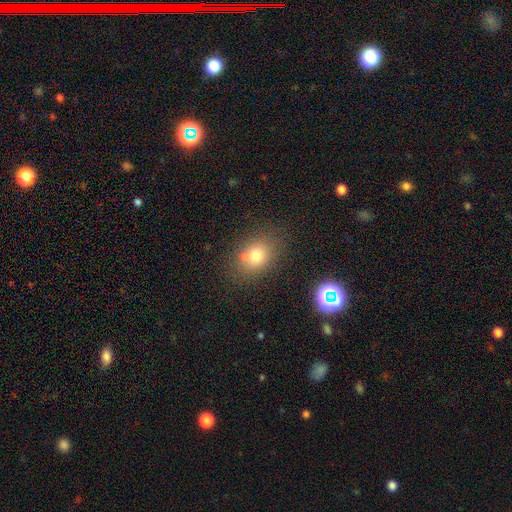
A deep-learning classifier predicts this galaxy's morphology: smooth-or-featured: smooth: 73% | star or artifact: 14% | featured or disk: 13%
  how-rounded: in between: 54% | round: 45% | cigar-shaped: 1%
  merging: none: 67% | merger: 14% | minor disturbance: 14% | major disturbance: 5%